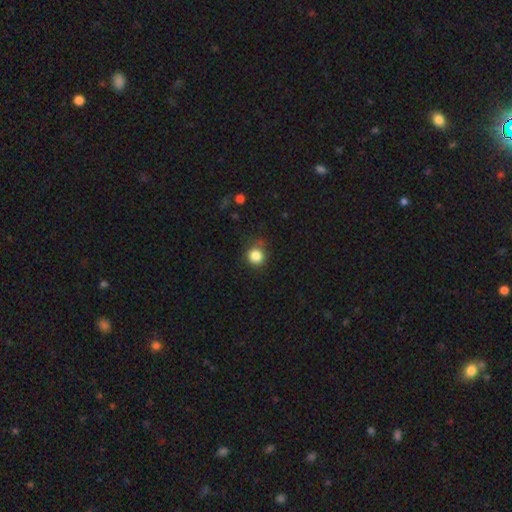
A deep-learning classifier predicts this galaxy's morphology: smooth_or_featured: smooth (p=0.85) [alt: star or artifact p=0.11]
how_rounded: round (p=0.92) [alt: in between p=0.07]
merging: none (p=0.80) [alt: minor disturbance p=0.15]